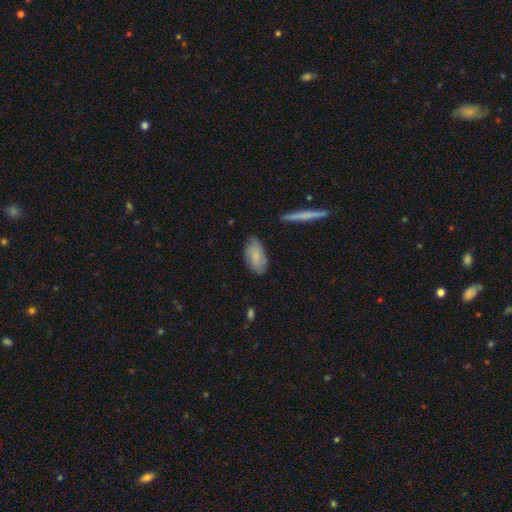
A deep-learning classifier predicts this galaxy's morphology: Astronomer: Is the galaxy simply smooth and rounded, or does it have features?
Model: smooth — 75%.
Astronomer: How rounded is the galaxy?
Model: in between — 91%.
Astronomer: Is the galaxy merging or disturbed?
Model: none — 77%.